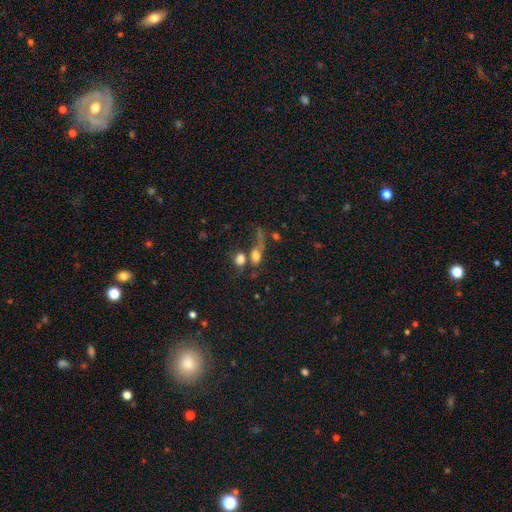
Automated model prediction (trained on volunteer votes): A smooth galaxy with no disk features (69%) that is in between round and cigar-shaped (61%).

Vote fractions:
- Smooth or featured? smooth: 69% / featured or disk: 17% / star or artifact: 14%
- How rounded? in between: 61% / round: 33% / cigar-shaped: 6%
- Merging? merger: 45% / none: 25% / major disturbance: 20% / minor disturbance: 11%